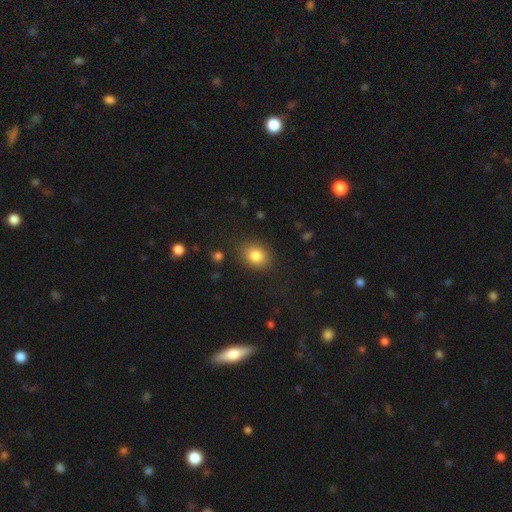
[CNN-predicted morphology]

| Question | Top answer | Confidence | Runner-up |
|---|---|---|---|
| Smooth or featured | smooth | 84% | star or artifact (10%) |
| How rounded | round | 51% | in between (48%) |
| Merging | none | 83% | minor disturbance (11%) |